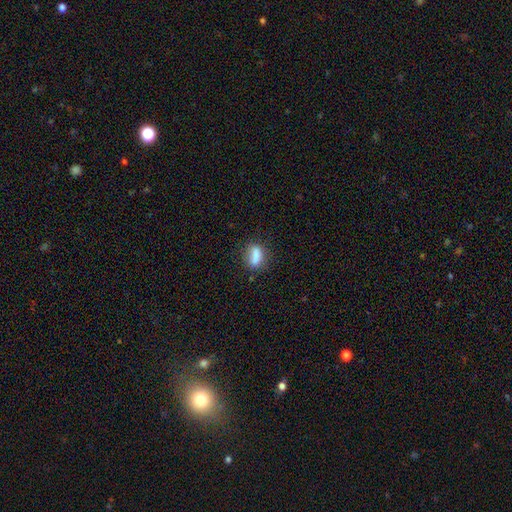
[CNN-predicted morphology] This appears to be a smooth galaxy with no disk features (78%) that is in between round and cigar-shaped (61%). Merging: none (72%).